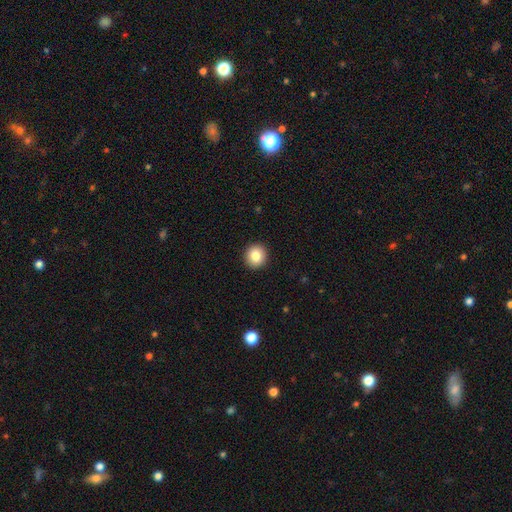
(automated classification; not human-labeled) Overall: smooth (84%). How rounded: round (90%). Merging: none (93%).